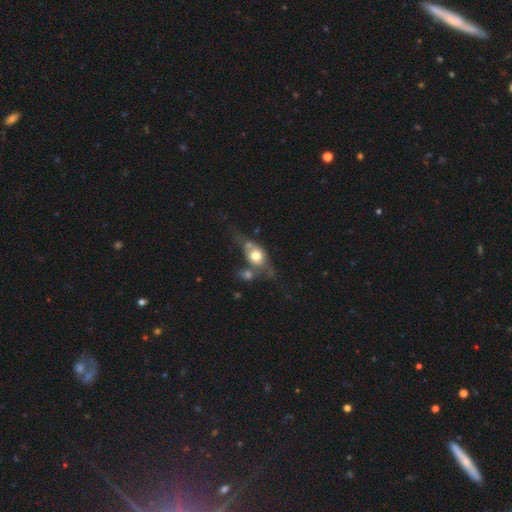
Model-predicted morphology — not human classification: Overall: smooth (54%; featured or disk 38%). How rounded: in between (53%; round 38%). Merging: none (35%; merger 31%).